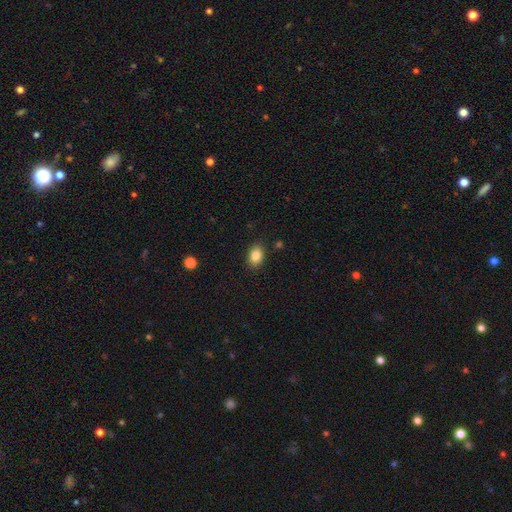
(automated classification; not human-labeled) Smooth or featured? smooth (85%)
How rounded? in between (79%)
Merging? none (87%)